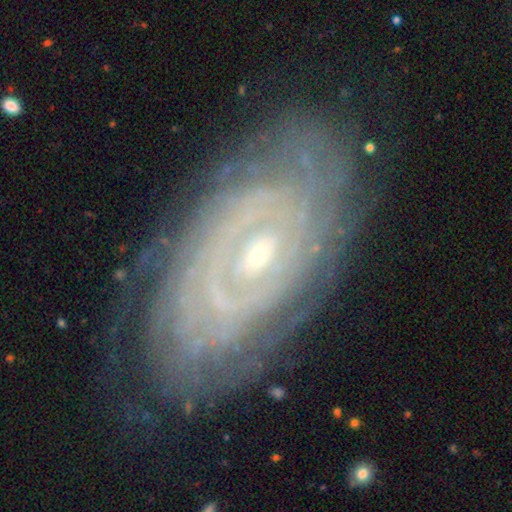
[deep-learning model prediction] Q: Smooth or featured?
A: featured or disk (86%); runner-up: smooth (7%)
Q: Edge-on disk?
A: no (93%); runner-up: yes (7%)
Q: Bar?
A: no (51%); runner-up: weak (34%)
Q: Spiral arms?
A: yes (94%); runner-up: no (6%)
Q: Spiral winding?
A: tight (84%); runner-up: medium (12%)
Q: Spiral arm count?
A: can't tell (41%); runner-up: 2 (20%)
Q: Bulge size?
A: small (58%); runner-up: moderate (38%)
Q: Merging?
A: none (79%); runner-up: minor disturbance (15%)